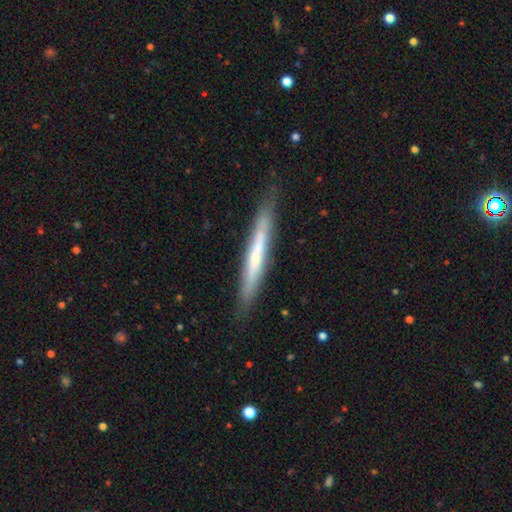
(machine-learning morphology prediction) smooth-or-featured: featured or disk: 53% | smooth: 41% | star or artifact: 6%
  disk-edge-on: yes: 91% | no: 9%
  merging: none: 83% | minor disturbance: 13% | major disturbance: 2% | merger: 2%